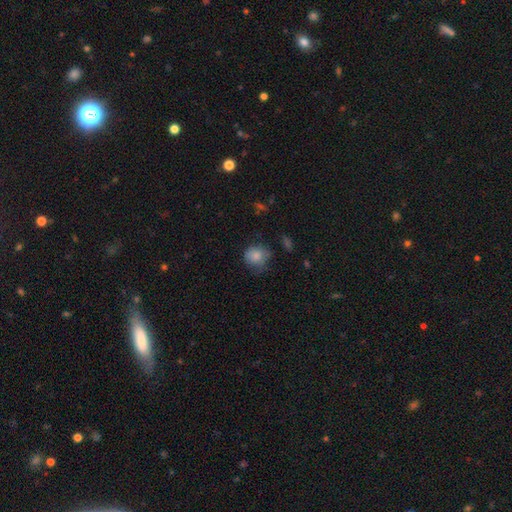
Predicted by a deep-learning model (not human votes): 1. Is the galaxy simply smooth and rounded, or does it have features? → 81% smooth, 10% featured or disk, 9% star or artifact.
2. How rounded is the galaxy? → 81% round, 18% in between, 1% cigar-shaped.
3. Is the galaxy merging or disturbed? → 59% none, 29% minor disturbance, 9% major disturbance, 3% merger.